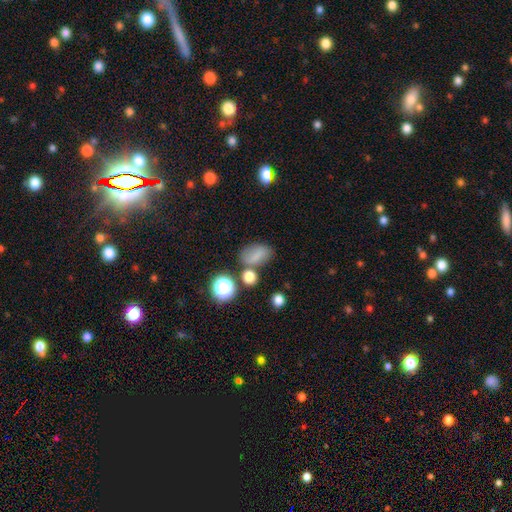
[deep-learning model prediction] Morphology: type=smooth (75%); roundness=in between (79%); merging=none (62%).